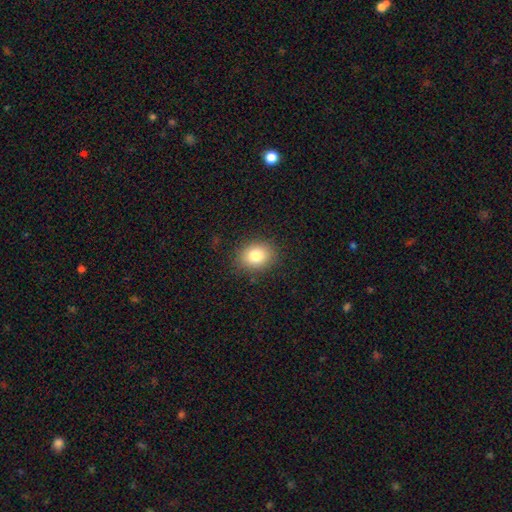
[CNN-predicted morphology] smooth 82%, star or artifact 10%, featured or disk 9%. Down the decision tree: how rounded — in between (51%); merging — none (87%).